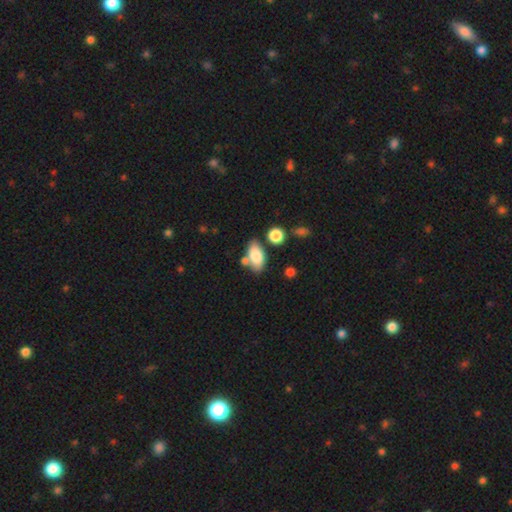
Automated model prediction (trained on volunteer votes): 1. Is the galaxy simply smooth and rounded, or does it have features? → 81% smooth, 11% featured or disk, 7% star or artifact.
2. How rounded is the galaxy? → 90% in between, 5% cigar-shaped, 4% round.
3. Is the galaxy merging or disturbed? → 61% none, 19% merger, 15% minor disturbance, 5% major disturbance.